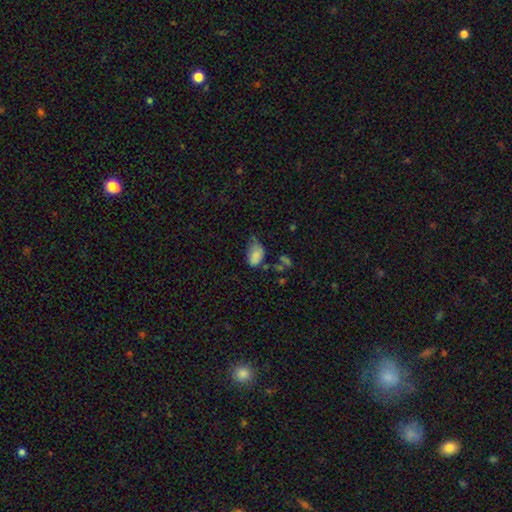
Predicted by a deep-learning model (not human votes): Smooth or featured? Predicted: smooth (p=0.80). How rounded? Predicted: in between (p=0.88). Merging? Predicted: minor disturbance (p=0.42).